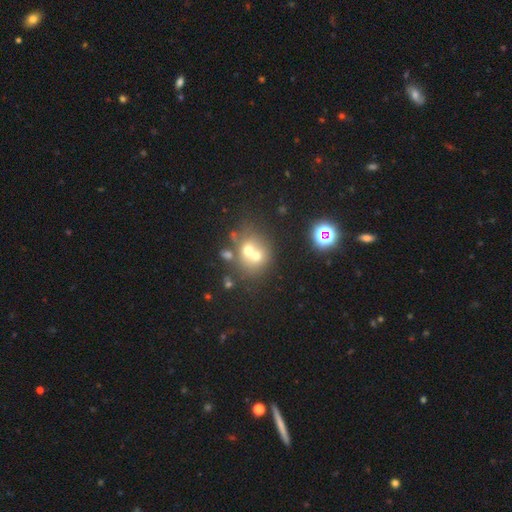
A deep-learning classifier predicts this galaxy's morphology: Smooth or featured: smooth — 59% (featured or disk — 25%)
How rounded: round — 74% (in between — 26%)
Merging: merger — 59% (none — 30%)